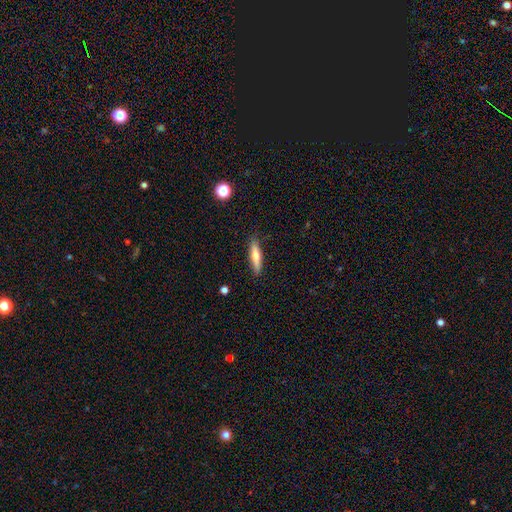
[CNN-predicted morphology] Smooth or featured? smooth (57%)
How rounded? cigar-shaped (82%)
Merging? none (88%)